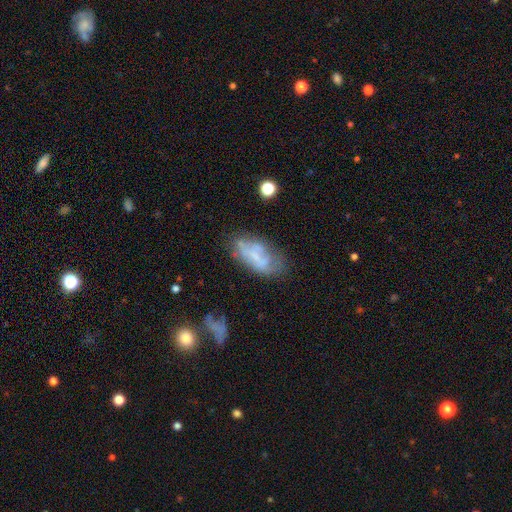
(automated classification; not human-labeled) Smooth or featured? featured or disk (51%)
Edge-on disk? no (91%)
Merging? none (53%)